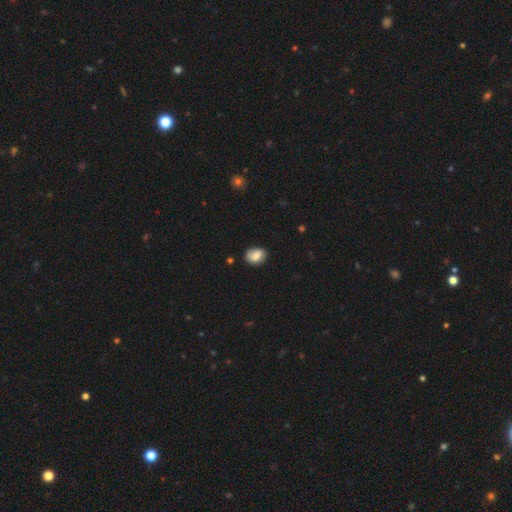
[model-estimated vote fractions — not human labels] A smooth galaxy with no disk features (73%) that is in between round and cigar-shaped (62%). Merging: none (80%).